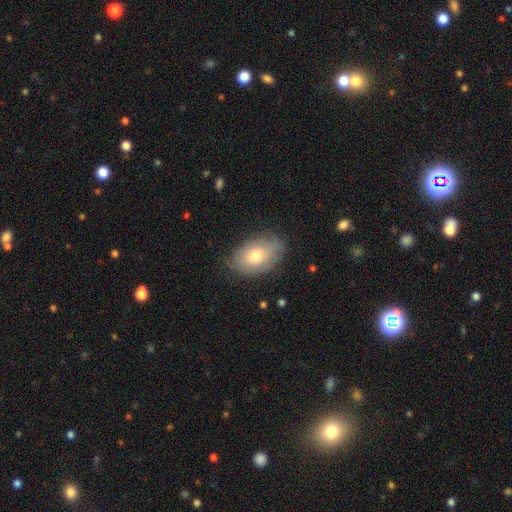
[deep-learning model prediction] Overall: smooth (66%; featured or disk 27%). How rounded: in between (90%). Merging: none (74%).